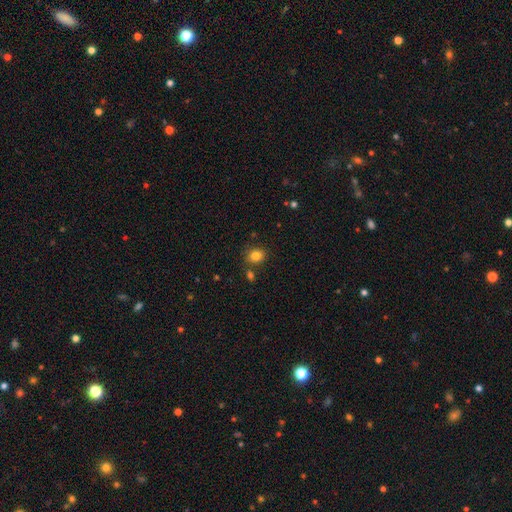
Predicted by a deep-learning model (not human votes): A smooth galaxy with no disk features (83%) that is round (61%).

Vote fractions:
- Smooth or featured? smooth: 83% / star or artifact: 11% / featured or disk: 6%
- How rounded? round: 61% / in between: 38% / cigar-shaped: 1%
- Merging? none: 77% / minor disturbance: 11% / merger: 8% / major disturbance: 3%